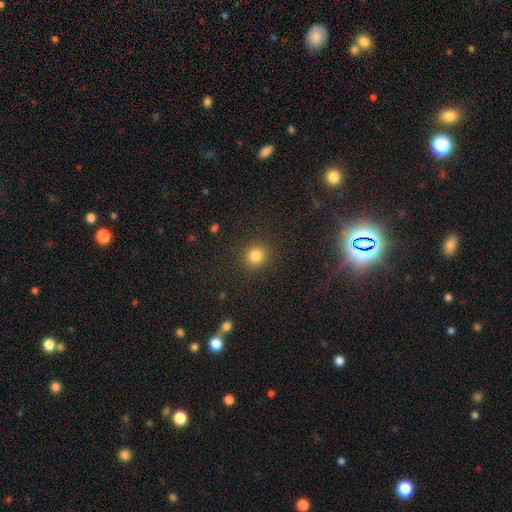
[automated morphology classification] This appears to be a smooth galaxy with no disk features (83%) that is round (90%). Merging: none (90%).